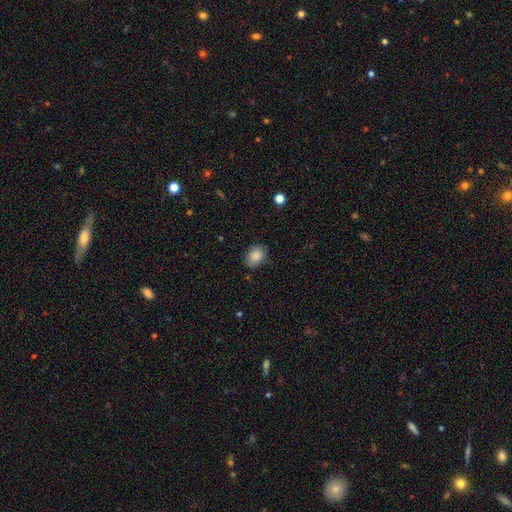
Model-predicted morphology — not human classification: Smooth or featured: smooth — 87% (star or artifact — 8%)
How rounded: in between — 73% (round — 26%)
Merging: none — 80% (minor disturbance — 15%)